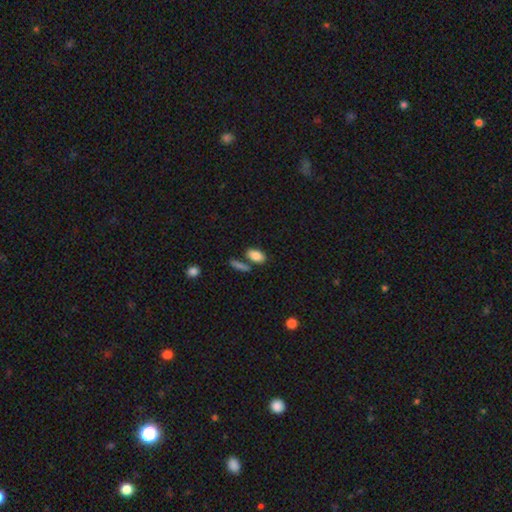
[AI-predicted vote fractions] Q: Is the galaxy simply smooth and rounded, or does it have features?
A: smooth — 85%.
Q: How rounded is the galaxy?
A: in between — 90%.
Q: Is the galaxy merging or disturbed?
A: none — 68%.